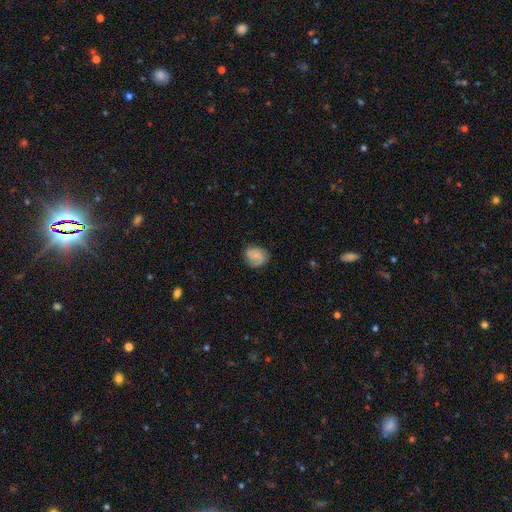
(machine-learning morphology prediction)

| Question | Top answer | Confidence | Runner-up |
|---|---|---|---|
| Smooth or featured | smooth | 54% | featured or disk (37%) |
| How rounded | round | 60% | in between (38%) |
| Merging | none | 70% | minor disturbance (21%) |